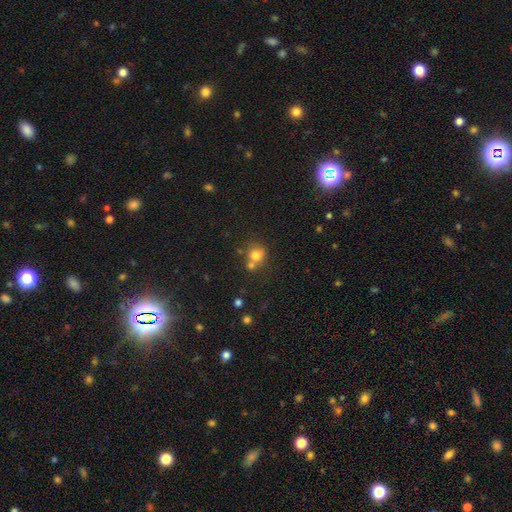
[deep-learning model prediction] smooth 75%, star or artifact 14%, featured or disk 11%. Down the decision tree: how rounded — round (81%); merging — none (48%).